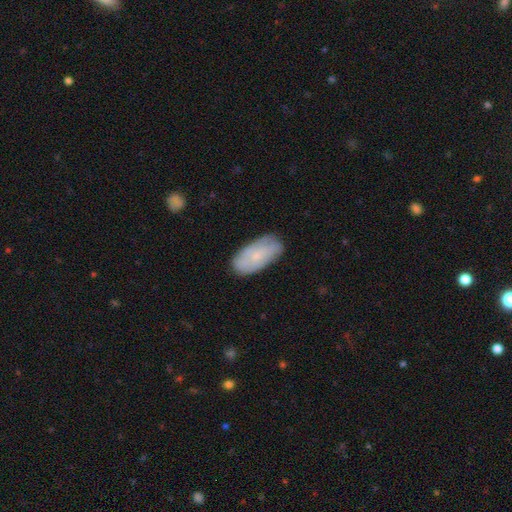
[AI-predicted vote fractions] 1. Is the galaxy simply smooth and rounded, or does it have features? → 56% smooth, 37% featured or disk, 7% star or artifact.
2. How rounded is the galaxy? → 91% in between, 6% cigar-shaped, 3% round.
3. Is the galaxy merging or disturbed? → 77% none, 18% minor disturbance, 4% major disturbance, 1% merger.